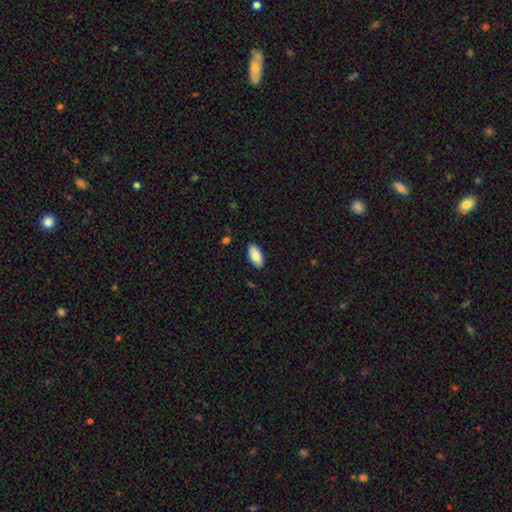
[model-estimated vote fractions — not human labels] A smooth galaxy with no disk features (82%) that is in between round and cigar-shaped (94%). Merging: none (87%).